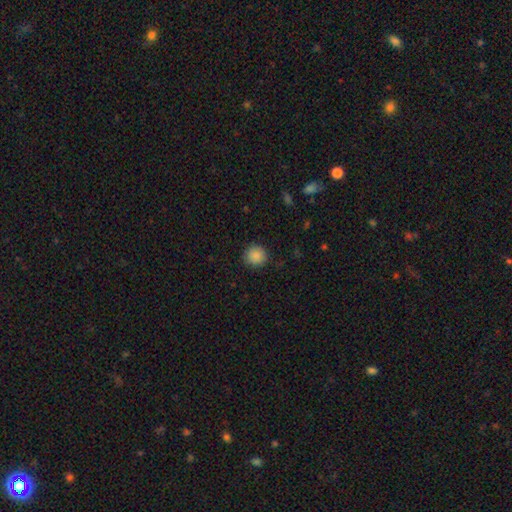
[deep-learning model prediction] smooth 88%, star or artifact 9%, featured or disk 3%. Down the decision tree: how rounded — round (91%); merging — none (88%).